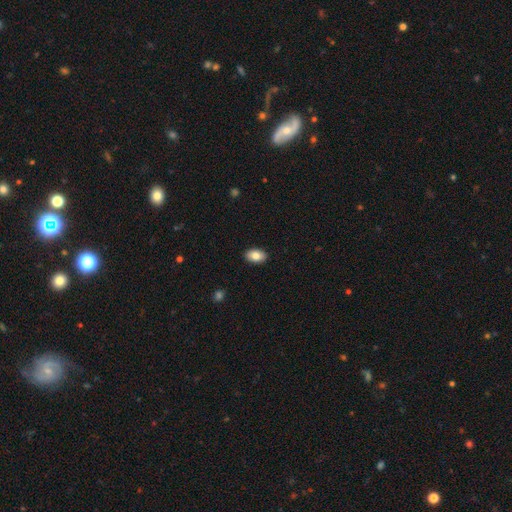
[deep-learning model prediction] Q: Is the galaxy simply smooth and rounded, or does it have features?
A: smooth — 83%.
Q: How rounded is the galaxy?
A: in between — 90%.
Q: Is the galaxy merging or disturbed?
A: none — 90%.